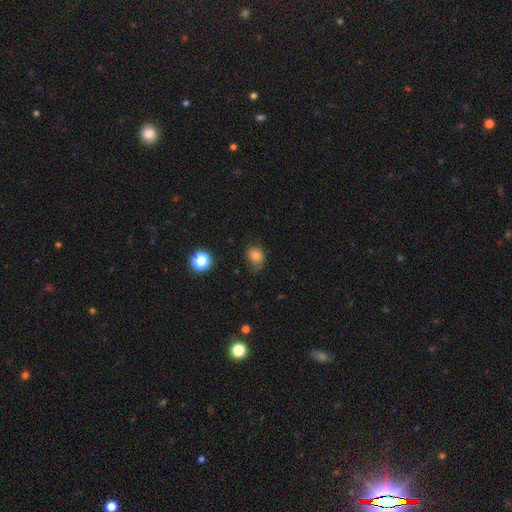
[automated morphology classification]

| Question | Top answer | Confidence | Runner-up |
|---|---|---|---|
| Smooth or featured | smooth | 79% | star or artifact (12%) |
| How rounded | round | 55% | in between (44%) |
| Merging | none | 56% | minor disturbance (32%) |